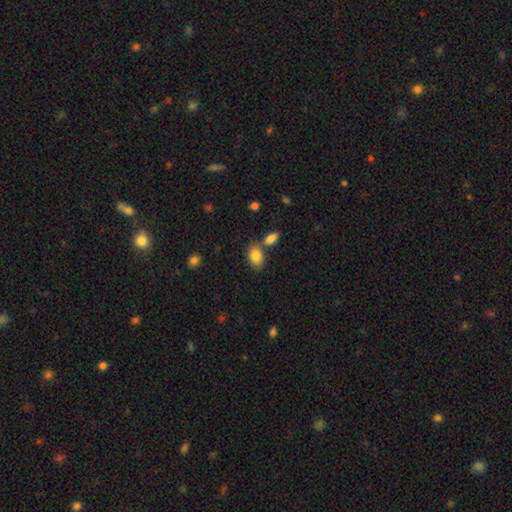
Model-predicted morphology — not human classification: Smooth or featured: smooth — 85% (star or artifact — 8%)
How rounded: in between — 84% (round — 15%)
Merging: none — 65% (merger — 19%)